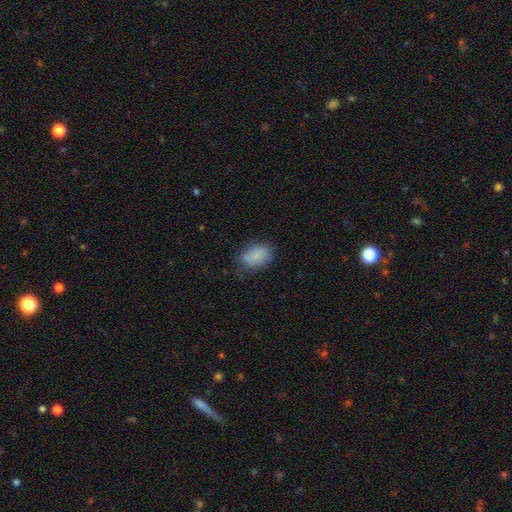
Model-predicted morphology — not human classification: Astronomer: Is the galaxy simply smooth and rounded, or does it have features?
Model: smooth — 83%.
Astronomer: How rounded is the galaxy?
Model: in between — 86%.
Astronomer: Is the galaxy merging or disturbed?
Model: none — 68%.